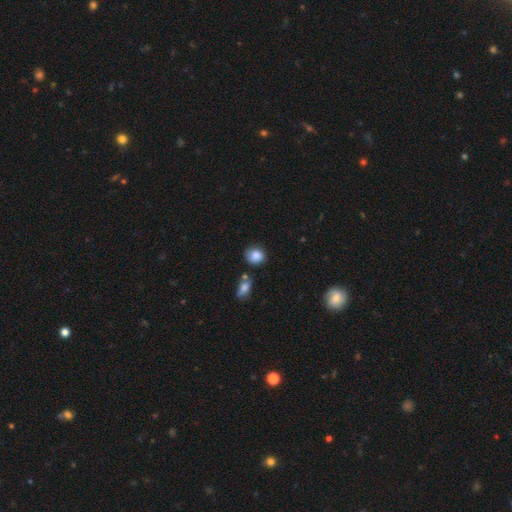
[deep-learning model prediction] smooth_or_featured: smooth (p=0.85) [alt: star or artifact p=0.09]
how_rounded: round (p=0.72) [alt: in between p=0.27]
merging: none (p=0.67) [alt: minor disturbance p=0.20]